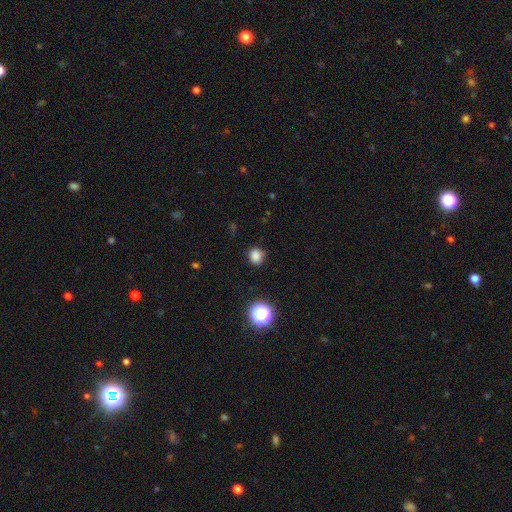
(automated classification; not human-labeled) Smooth or featured?
  - smooth: 82% *
  - star or artifact: 14%
  - featured or disk: 4%
How rounded?
  - round: 76% *
  - in between: 23%
  - cigar-shaped: 1%
Merging?
  - none: 83% *
  - minor disturbance: 12%
  - major disturbance: 3%
  - merger: 1%